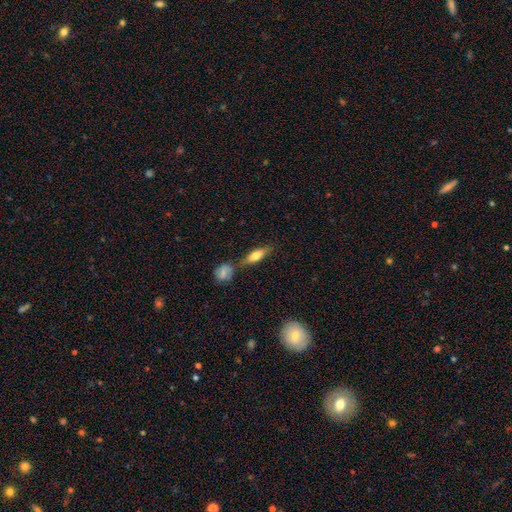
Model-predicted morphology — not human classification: Smooth or featured? Predicted: smooth (p=0.66). How rounded? Predicted: in between (p=0.55). Merging? Predicted: none (p=0.71).